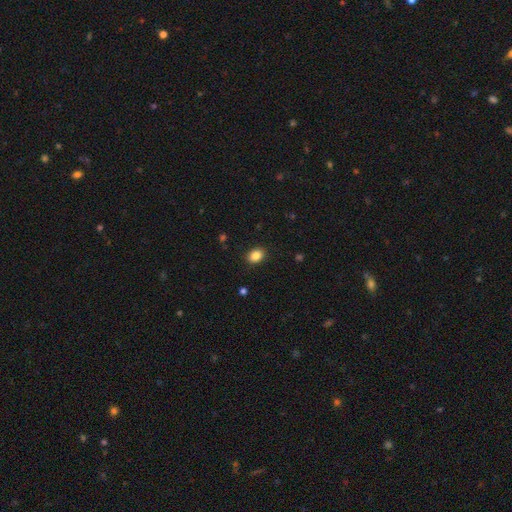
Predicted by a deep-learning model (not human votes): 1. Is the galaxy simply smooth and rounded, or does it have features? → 87% smooth, 9% star or artifact, 4% featured or disk.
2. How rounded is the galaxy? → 67% in between, 32% round, 1% cigar-shaped.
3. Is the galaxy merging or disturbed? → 90% none, 7% minor disturbance, 2% major disturbance, 1% merger.